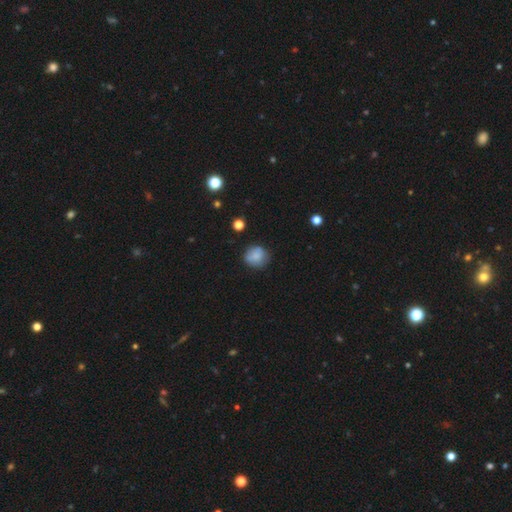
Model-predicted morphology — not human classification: Smooth or featured: smooth — 81% (featured or disk — 10%)
How rounded: round — 85% (in between — 14%)
Merging: none — 76% (minor disturbance — 18%)